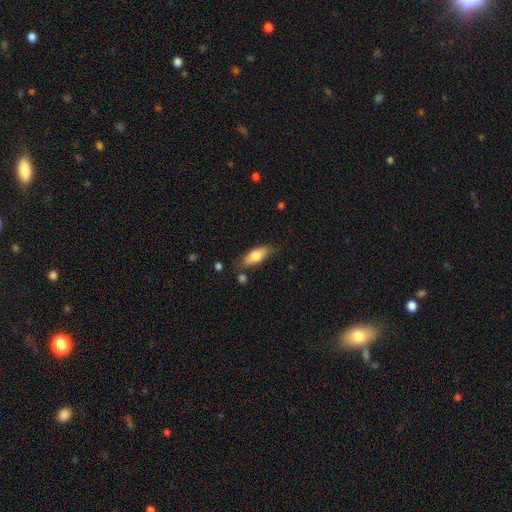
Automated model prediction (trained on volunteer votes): Smooth or featured: smooth — 74% (featured or disk — 20%)
How rounded: in between — 75% (cigar-shaped — 22%)
Merging: none — 71% (minor disturbance — 20%)